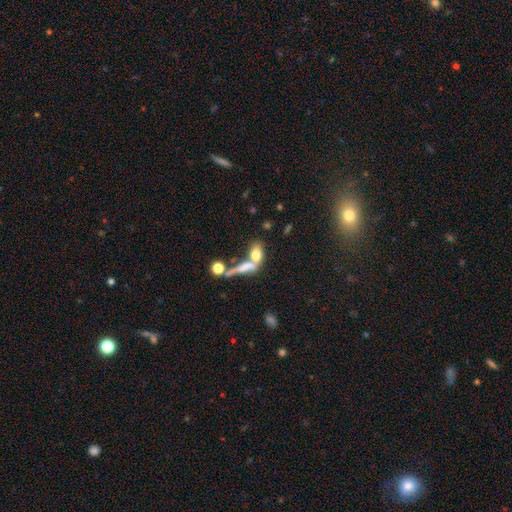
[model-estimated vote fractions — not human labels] Overall: smooth (65%). How rounded: in between (62%; cigar-shaped 25%). Merging: merger (51%; none 29%).